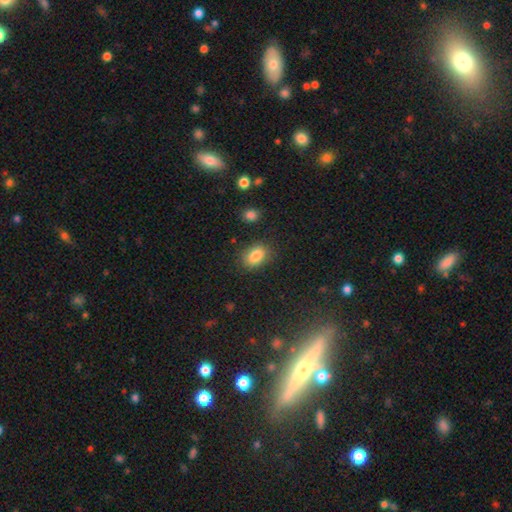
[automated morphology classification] Smooth or featured?
  - smooth: 85% *
  - star or artifact: 9%
  - featured or disk: 6%
How rounded?
  - in between: 78% *
  - round: 21%
  - cigar-shaped: 1%
Merging?
  - none: 80% *
  - minor disturbance: 14%
  - major disturbance: 4%
  - merger: 2%